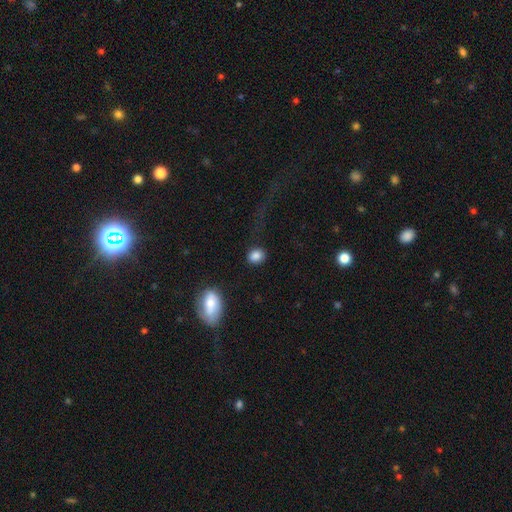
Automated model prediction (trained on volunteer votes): Q: Smooth or featured?
A: smooth (86%); runner-up: star or artifact (9%)
Q: How rounded?
A: round (52%); runner-up: in between (47%)
Q: Merging?
A: none (81%); runner-up: minor disturbance (11%)